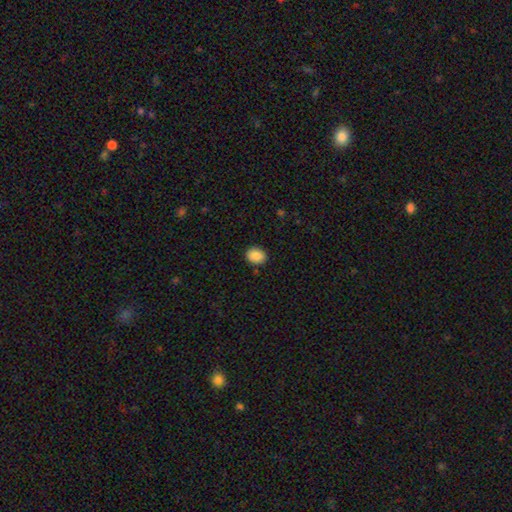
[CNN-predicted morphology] This is clearly a smooth galaxy (89%). How rounded: possibly in between (59%). Merging: clearly none (89%).